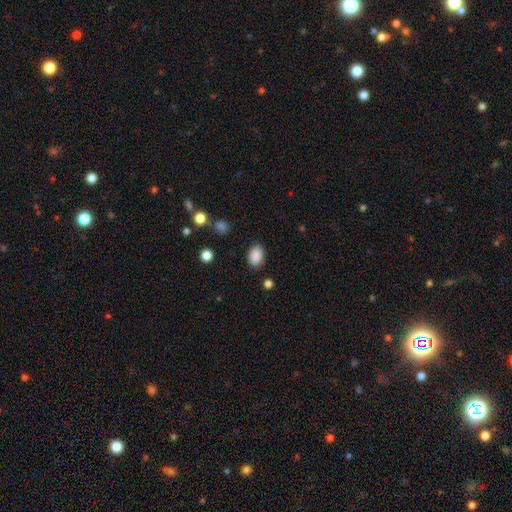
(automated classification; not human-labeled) This is clearly a smooth galaxy (88%). How rounded: clearly in between (81%). Merging: clearly none (85%).